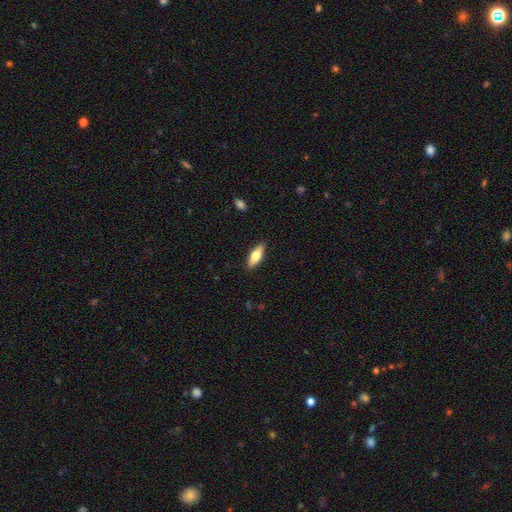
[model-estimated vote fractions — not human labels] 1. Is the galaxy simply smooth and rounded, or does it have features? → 65% smooth, 30% featured or disk, 6% star or artifact.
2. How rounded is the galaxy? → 65% in between, 33% cigar-shaped, 2% round.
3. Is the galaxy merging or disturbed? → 89% none, 8% minor disturbance, 2% major disturbance, 1% merger.